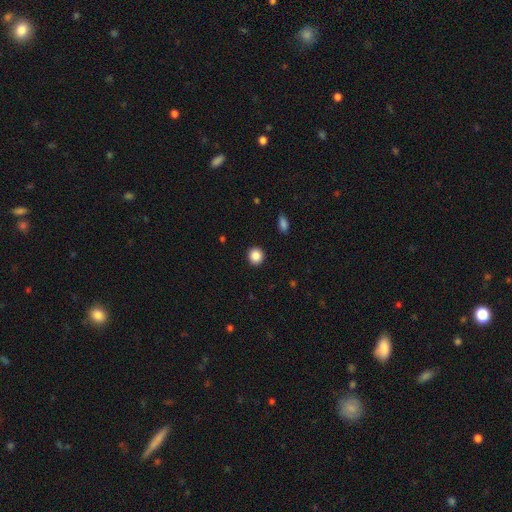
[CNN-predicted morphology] smooth 87%, star or artifact 9%, featured or disk 3%. Down the decision tree: how rounded — round (89%); merging — none (92%).